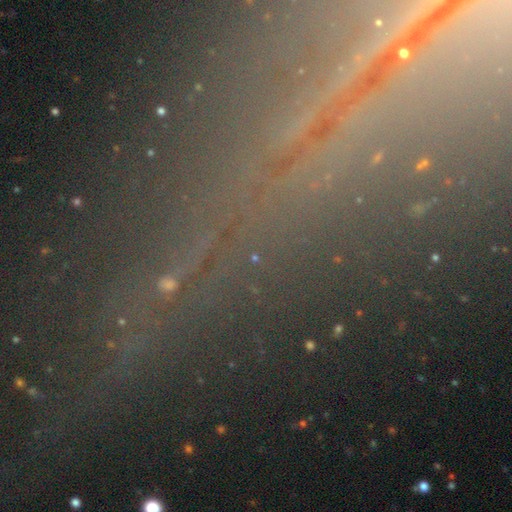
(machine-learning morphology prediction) Smooth or featured?
  - star or artifact: 70% *
  - featured or disk: 16%
  - smooth: 13%